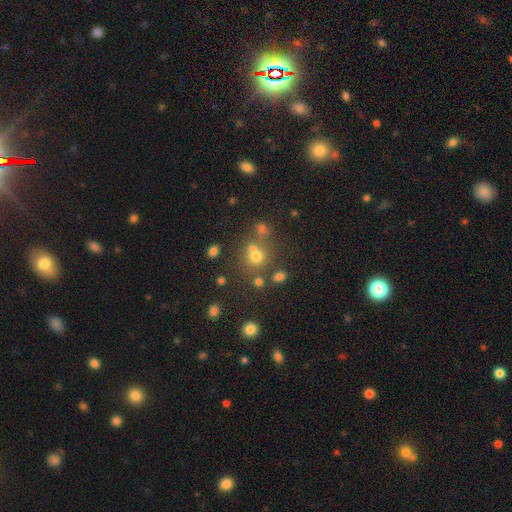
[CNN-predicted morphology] This appears to be a smooth galaxy with no disk features (61%) that is round (85%). Merging: none (58%).